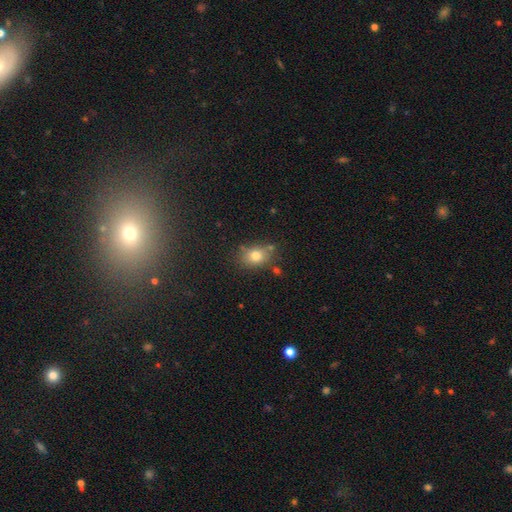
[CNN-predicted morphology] The model was most divided on "how rounded": in between: 58%, round: 40%, cigar-shaped: 1%. More confident: smooth or featured — smooth (76%); merging — none (72%).